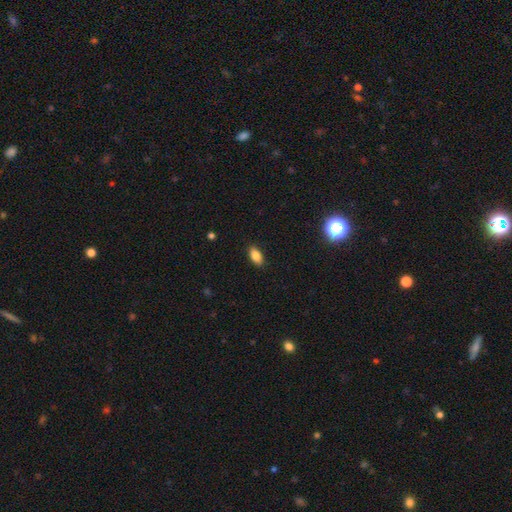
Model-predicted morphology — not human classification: type=smooth (84%); roundness=in between (90%); merging=none (88%).